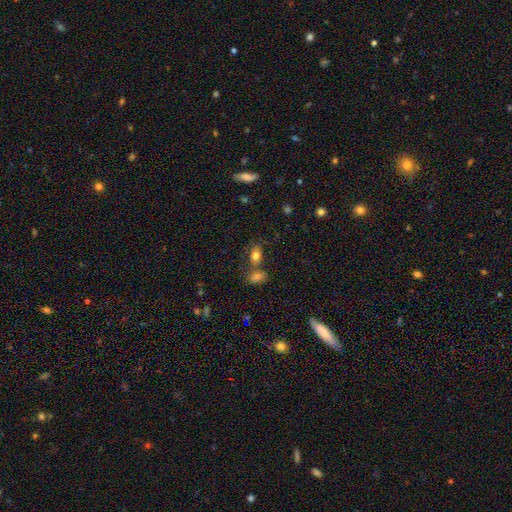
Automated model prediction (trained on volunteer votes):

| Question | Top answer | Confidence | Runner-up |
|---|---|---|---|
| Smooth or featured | smooth | 80% | star or artifact (10%) |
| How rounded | in between | 81% | round (17%) |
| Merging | none | 57% | merger (24%) |